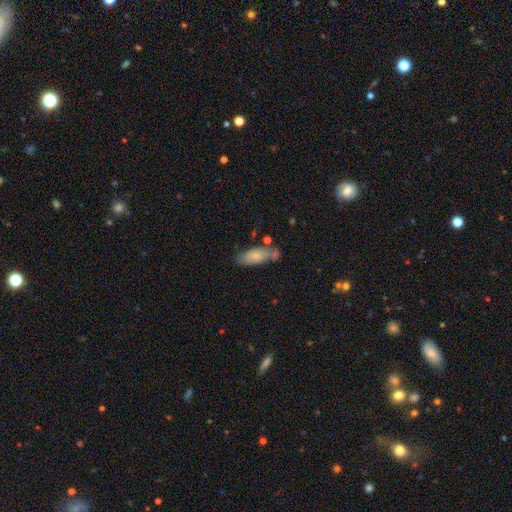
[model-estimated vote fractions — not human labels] A smooth galaxy with no disk features (72%) that is in between round and cigar-shaped (77%).

Vote fractions:
- Smooth or featured? smooth: 72% / featured or disk: 21% / star or artifact: 7%
- How rounded? in between: 77% / cigar-shaped: 21% / round: 2%
- Merging? none: 52% / minor disturbance: 24% / merger: 16% / major disturbance: 8%